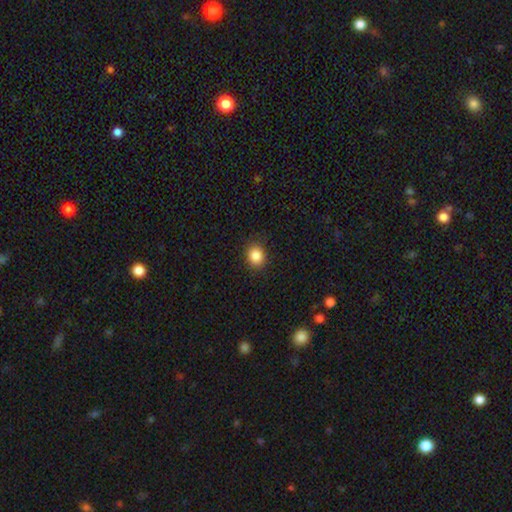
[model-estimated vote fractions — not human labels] Smooth or featured? smooth (87%)
How rounded? round (61%)
Merging? none (87%)